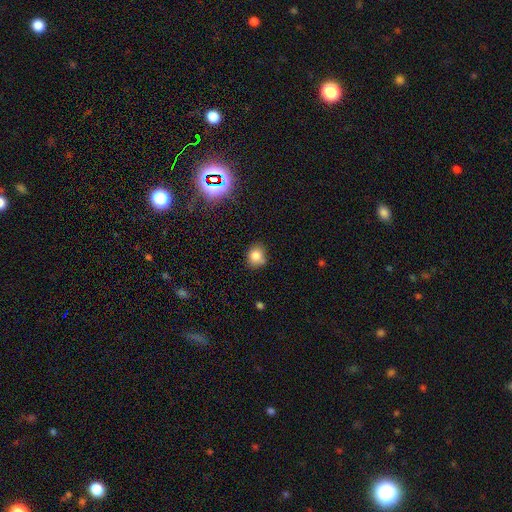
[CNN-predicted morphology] smooth_or_featured: smooth (p=0.80) [alt: star or artifact p=0.13]
how_rounded: round (p=0.71) [alt: in between p=0.28]
merging: none (p=0.74) [alt: minor disturbance p=0.20]